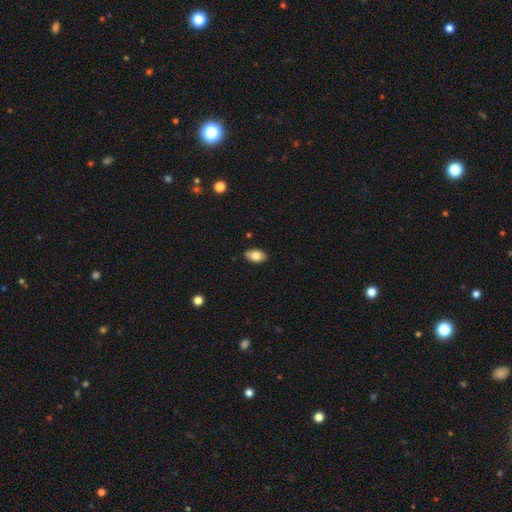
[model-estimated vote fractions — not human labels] smooth_or_featured: smooth (p=0.79) [alt: featured or disk p=0.14]
how_rounded: in between (p=0.92) [alt: round p=0.06]
merging: none (p=0.86) [alt: minor disturbance p=0.11]